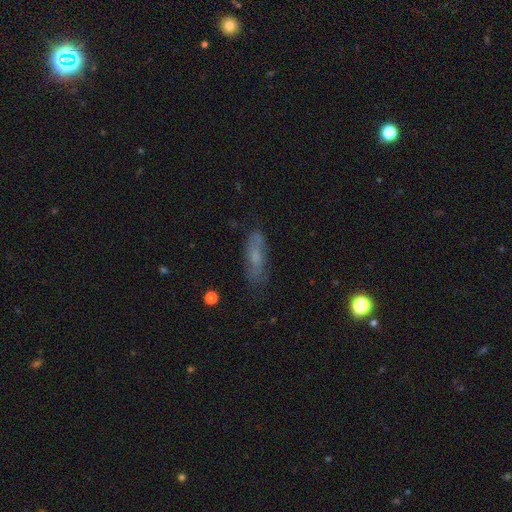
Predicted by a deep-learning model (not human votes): Q: Smooth or featured?
A: smooth (53%); runner-up: featured or disk (35%)
Q: How rounded?
A: in between (50%); runner-up: cigar-shaped (47%)
Q: Merging?
A: none (69%); runner-up: minor disturbance (20%)